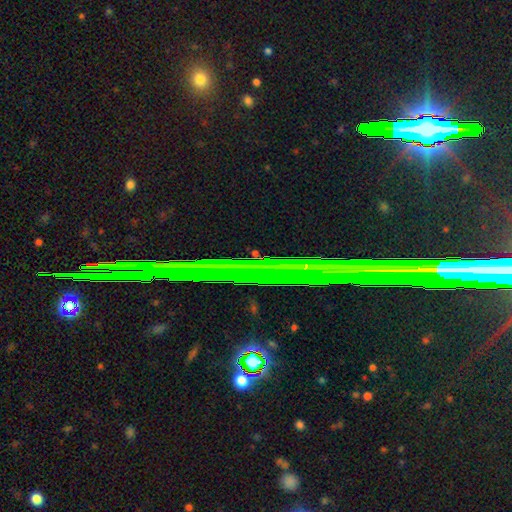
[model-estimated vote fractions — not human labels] star or artifact 71%, featured or disk 17%, smooth 12%.